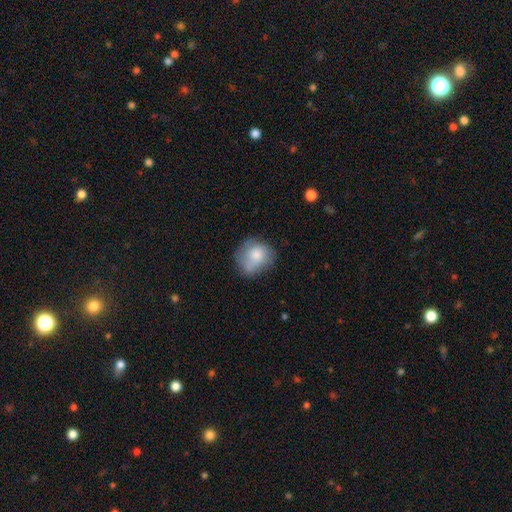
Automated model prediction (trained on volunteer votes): Morphology: type=smooth (74%); roundness=round (71%); merging=none (52%).